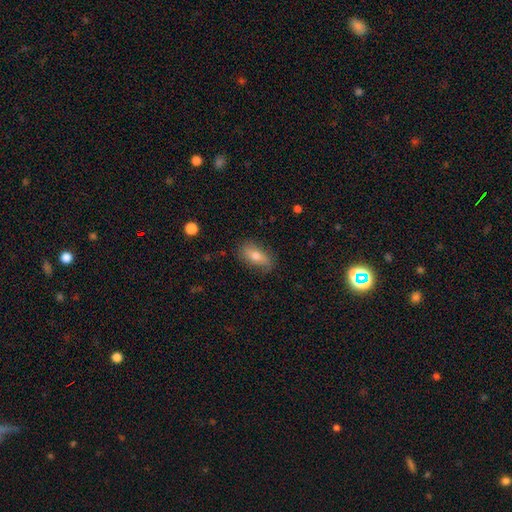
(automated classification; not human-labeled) smooth 69%, featured or disk 23%, star or artifact 7%. Down the decision tree: how rounded — in between (82%); merging — none (77%).